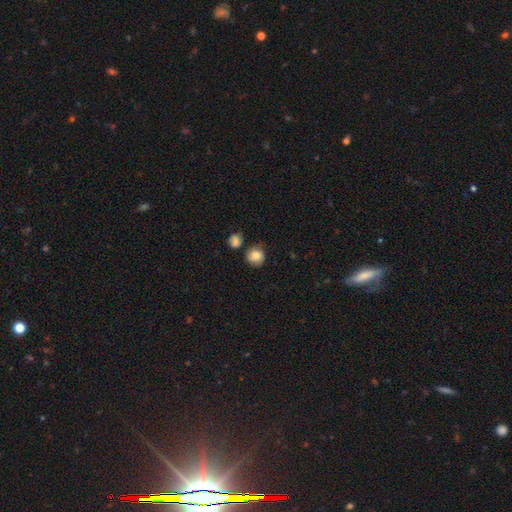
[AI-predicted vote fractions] Smooth or featured: smooth — 72% (featured or disk — 20%)
How rounded: round — 87% (in between — 12%)
Merging: none — 70% (minor disturbance — 18%)